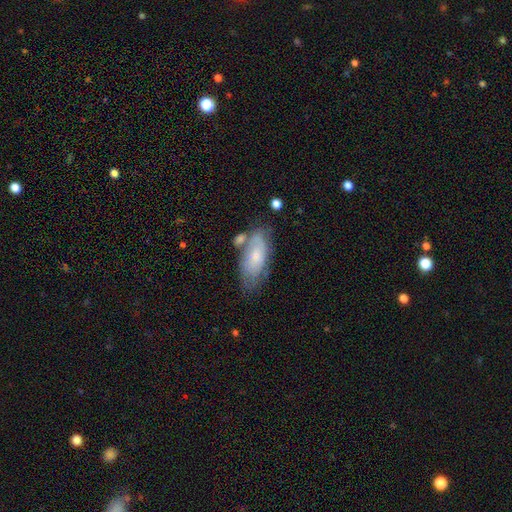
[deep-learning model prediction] This is possibly a smooth galaxy (60%). How rounded: clearly in between (86%). Merging: possibly none (53%).